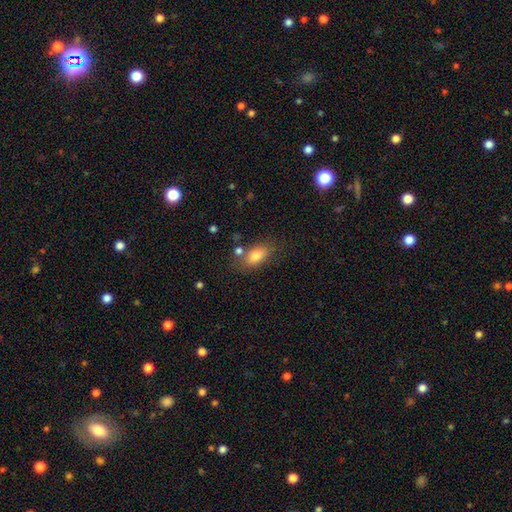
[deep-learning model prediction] The model was most divided on "merging": none: 68%, minor disturbance: 16%, merger: 12%, major disturbance: 5%. More confident: how rounded — in between (87%); smooth or featured — smooth (79%).